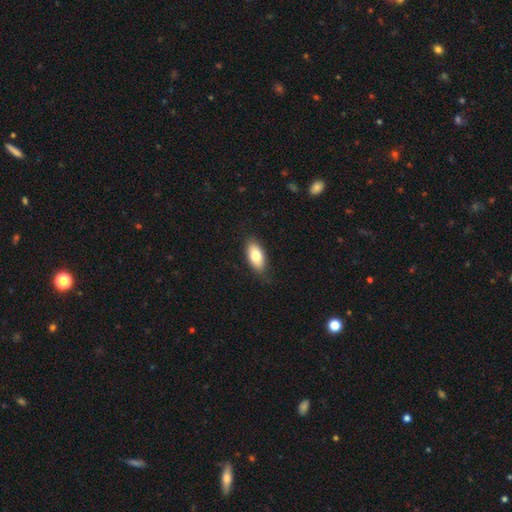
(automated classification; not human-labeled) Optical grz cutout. It shows a smooth galaxy with no disk features (77%) that is in between round and cigar-shaped (89%). Merging: none (82%).